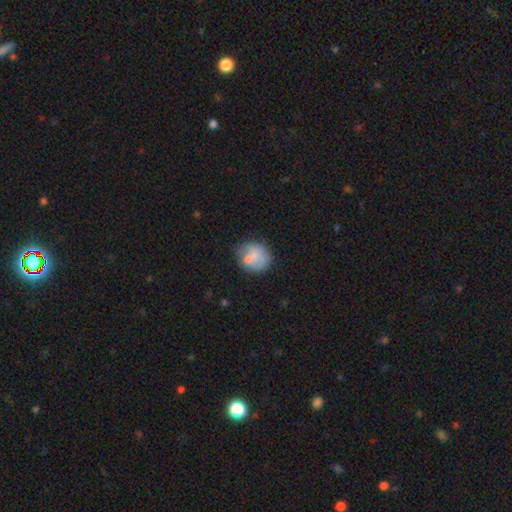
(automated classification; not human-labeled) Overall: smooth (66%). How rounded: round (76%). Merging: none (54%; minor disturbance 20%).